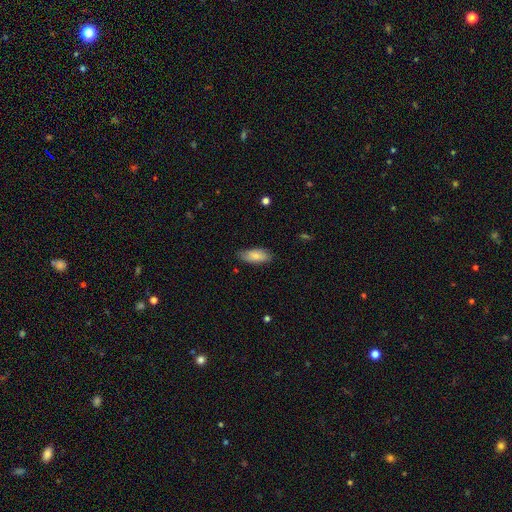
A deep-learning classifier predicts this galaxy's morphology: Smooth or featured? smooth (82%)
How rounded? in between (80%)
Merging? none (76%)